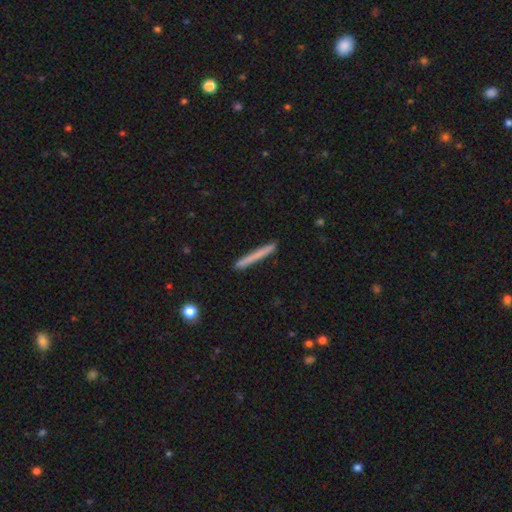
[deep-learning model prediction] Smooth or featured? Predicted: smooth (p=0.68). How rounded? Predicted: cigar-shaped (p=0.97). Merging? Predicted: none (p=0.90).